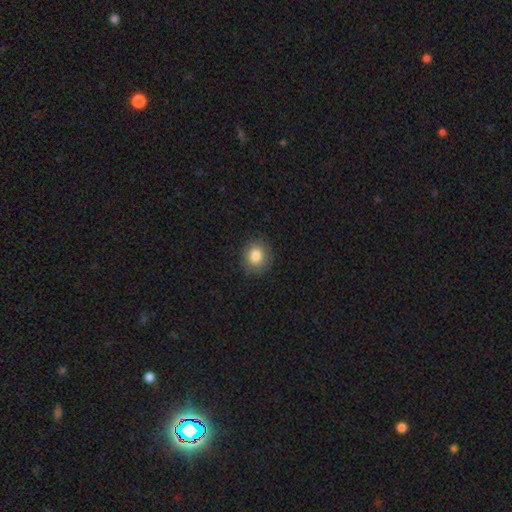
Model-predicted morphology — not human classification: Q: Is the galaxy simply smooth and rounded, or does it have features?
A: smooth — 84%.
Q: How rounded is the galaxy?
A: round — 77%.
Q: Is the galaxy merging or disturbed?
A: none — 88%.